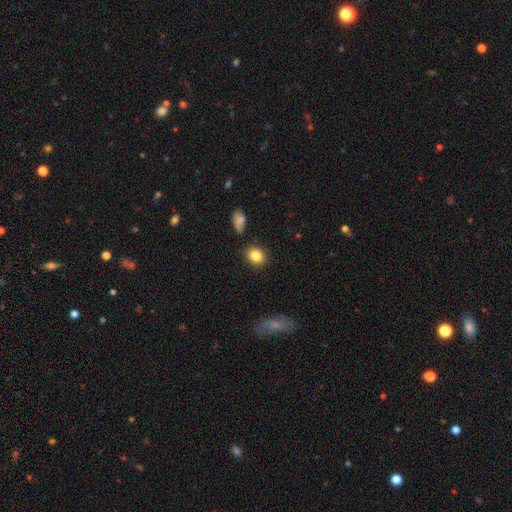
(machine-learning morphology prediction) This appears to be a smooth galaxy with no disk features (84%) that is round (54%). Merging: none (82%).